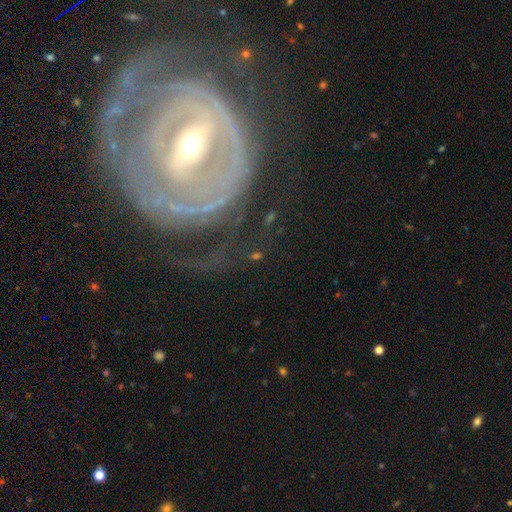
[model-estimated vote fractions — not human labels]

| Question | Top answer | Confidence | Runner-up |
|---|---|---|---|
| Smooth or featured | featured or disk | 64% | star or artifact (20%) |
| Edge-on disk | no | 92% | yes (8%) |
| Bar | no | 39% | weak (33%) |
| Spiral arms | yes | 85% | no (15%) |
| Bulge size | small | 52% | moderate (32%) |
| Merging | none | 65% | minor disturbance (16%) |